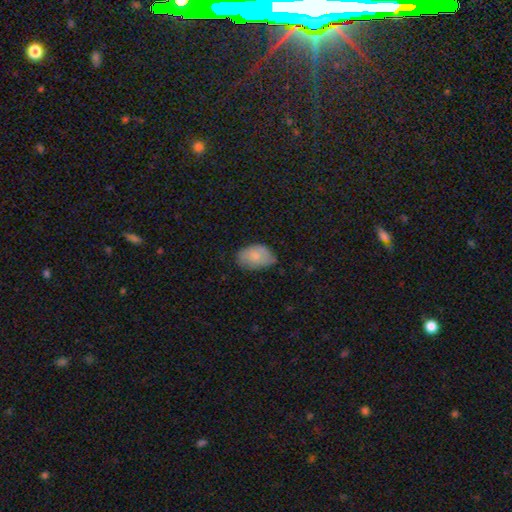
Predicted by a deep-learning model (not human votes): smooth-or-featured: smooth: 76% | featured or disk: 17% | star or artifact: 7%
  how-rounded: in between: 91% | round: 8% | cigar-shaped: 1%
  merging: none: 61% | minor disturbance: 32% | major disturbance: 6% | merger: 1%